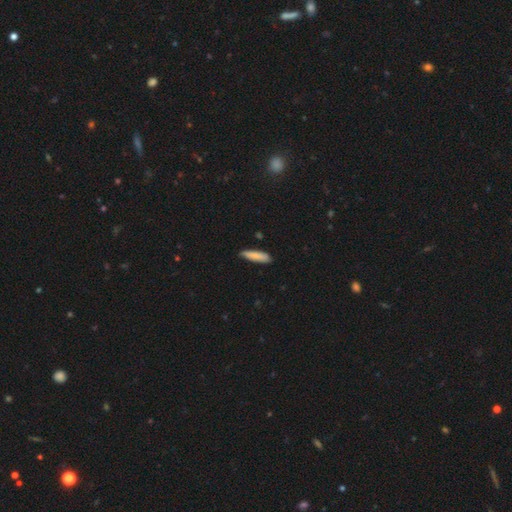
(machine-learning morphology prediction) The model was most divided on "how rounded": cigar-shaped: 73%, in between: 26%, round: 1%. More confident: smooth or featured — smooth (85%); merging — none (78%).